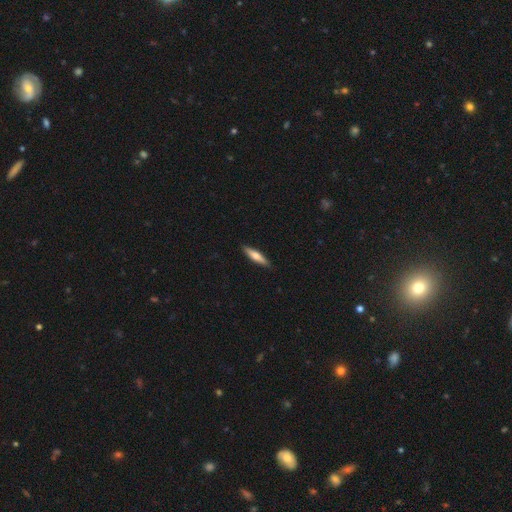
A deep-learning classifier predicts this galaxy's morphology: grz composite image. It shows a smooth galaxy with no disk features (61%) that is cigar-shaped (79%). Merging: none (90%).